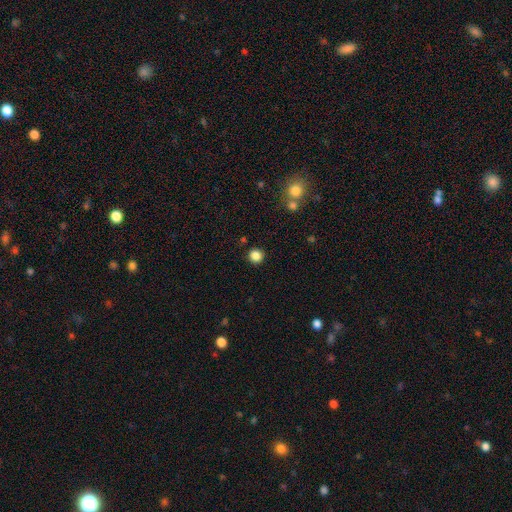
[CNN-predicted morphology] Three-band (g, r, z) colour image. It shows a smooth galaxy with no disk features (85%) that is round (92%). Merging: none (90%).